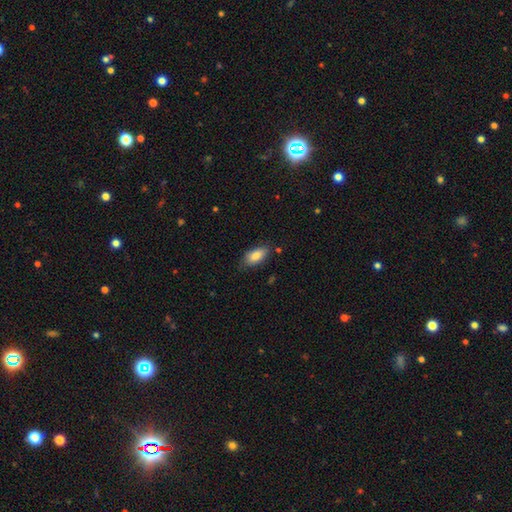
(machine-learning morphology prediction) This is clearly a smooth galaxy (84%). How rounded: clearly in between (89%). Merging: likely none (75%).